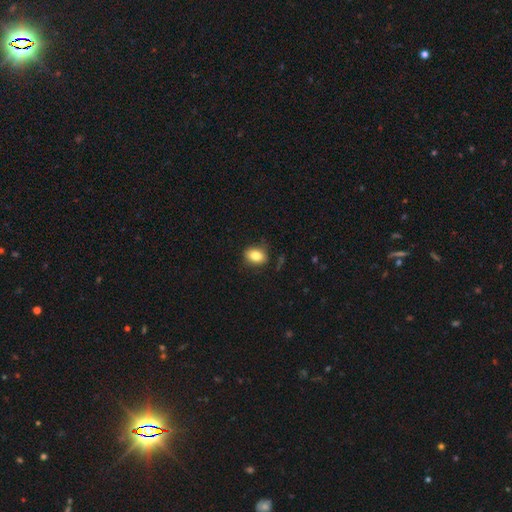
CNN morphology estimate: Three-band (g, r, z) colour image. It shows a smooth galaxy with no disk features (82%) that is in between round and cigar-shaped (68%). Merging: none (79%).